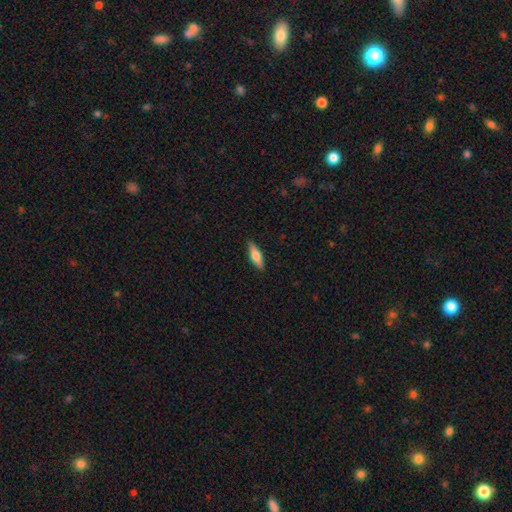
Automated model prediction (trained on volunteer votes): smooth-or-featured: smooth: 60% | featured or disk: 34% | star or artifact: 6%
  how-rounded: cigar-shaped: 52% | in between: 45% | round: 2%
  merging: none: 88% | minor disturbance: 9% | major disturbance: 2% | merger: 1%